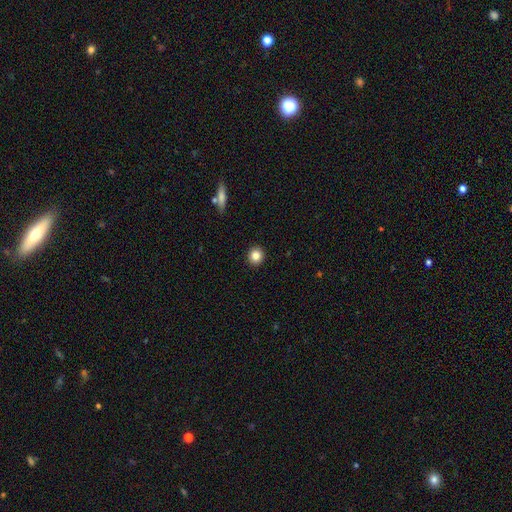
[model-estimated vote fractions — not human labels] Smooth or featured: smooth — 84% (star or artifact — 10%)
How rounded: round — 91% (in between — 8%)
Merging: none — 93% (minor disturbance — 5%)